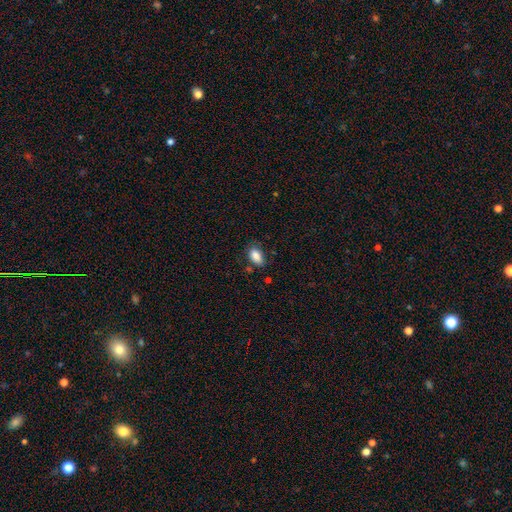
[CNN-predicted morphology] smooth_or_featured: smooth (p=0.86) [alt: star or artifact p=0.08]
how_rounded: in between (p=0.90) [alt: round p=0.08]
merging: none (p=0.75) [alt: minor disturbance p=0.18]